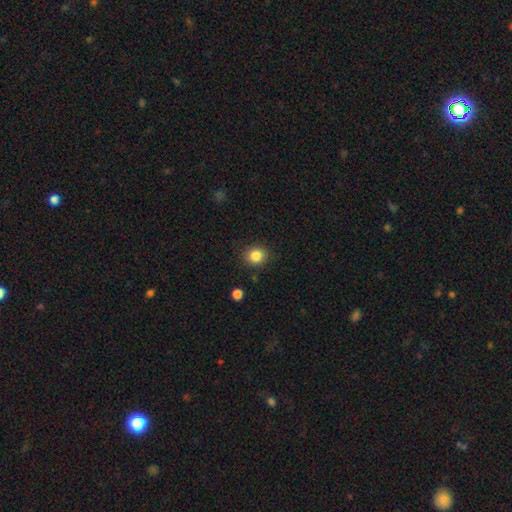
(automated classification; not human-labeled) A smooth galaxy with no disk features (85%) that is round (82%).

Vote fractions:
- Smooth or featured? smooth: 85% / star or artifact: 10% / featured or disk: 4%
- How rounded? round: 82% / in between: 18% / cigar-shaped: 1%
- Merging? none: 88% / minor disturbance: 8% / major disturbance: 2% / merger: 2%